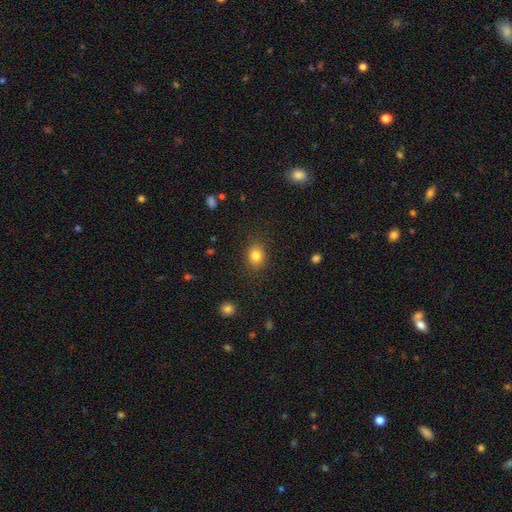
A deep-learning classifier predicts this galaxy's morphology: type=smooth (83%); roundness=round (52%); merging=none (85%).